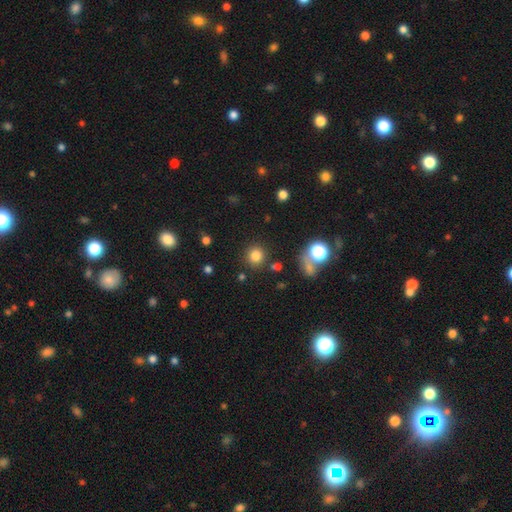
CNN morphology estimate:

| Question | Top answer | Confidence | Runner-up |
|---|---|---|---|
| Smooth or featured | smooth | 80% | star or artifact (15%) |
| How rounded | round | 91% | in between (8%) |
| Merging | none | 85% | minor disturbance (7%) |